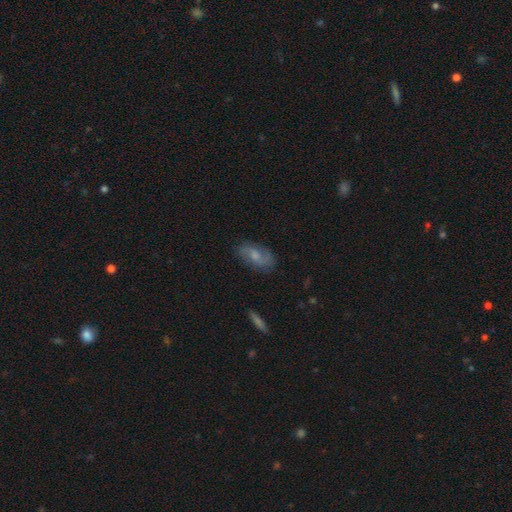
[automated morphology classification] smooth_or_featured: featured or disk (p=0.55) [alt: smooth p=0.37]
disk_edge_on: no (p=0.93) [alt: yes p=0.07]
bar: no (p=0.55) [alt: weak p=0.39]
has_spiral_arms: yes (p=0.87) [alt: no p=0.13]
bulge_size: moderate (p=0.51) [alt: small p=0.29]
merging: none (p=0.76) [alt: minor disturbance p=0.17]